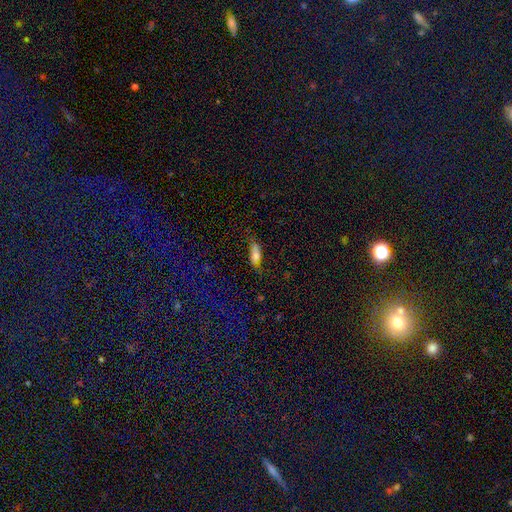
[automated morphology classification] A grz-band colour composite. It shows a smooth galaxy with no disk features (74%) that is in between round and cigar-shaped (69%). Merging: none (66%).